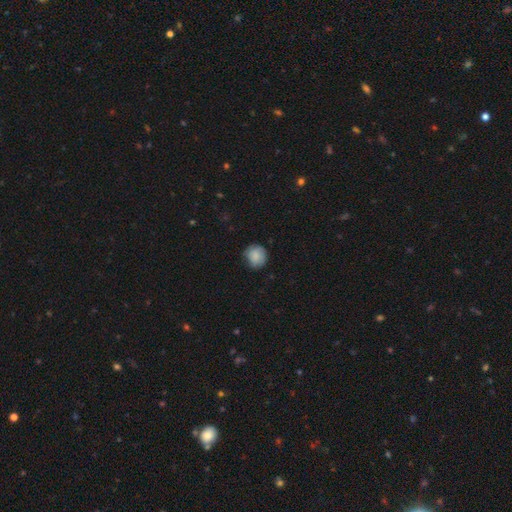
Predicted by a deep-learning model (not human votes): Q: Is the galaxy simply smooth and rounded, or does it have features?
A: smooth — 77%.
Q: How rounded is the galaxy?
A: round — 86%.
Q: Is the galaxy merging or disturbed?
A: none — 74%.